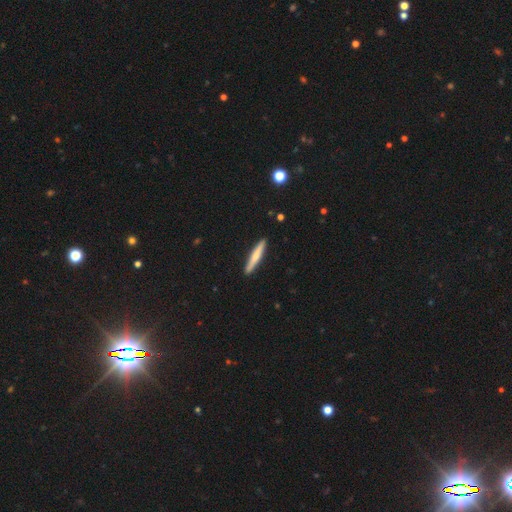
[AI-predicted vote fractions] Q: Smooth or featured?
A: smooth (63%); runner-up: featured or disk (32%)
Q: How rounded?
A: cigar-shaped (94%); runner-up: in between (4%)
Q: Merging?
A: none (91%); runner-up: minor disturbance (7%)